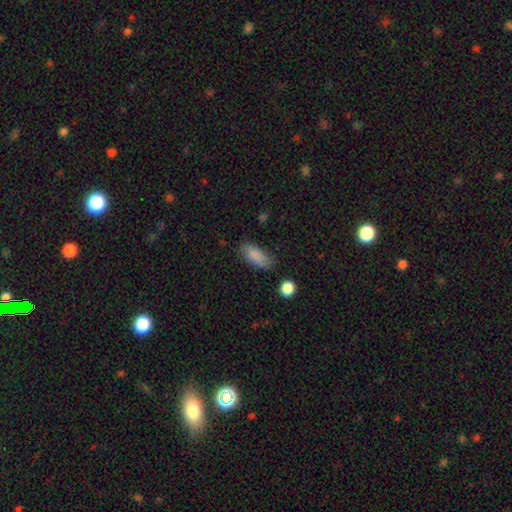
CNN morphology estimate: smooth 86%, star or artifact 7%, featured or disk 7%. Down the decision tree: how rounded — in between (85%); merging — none (78%).